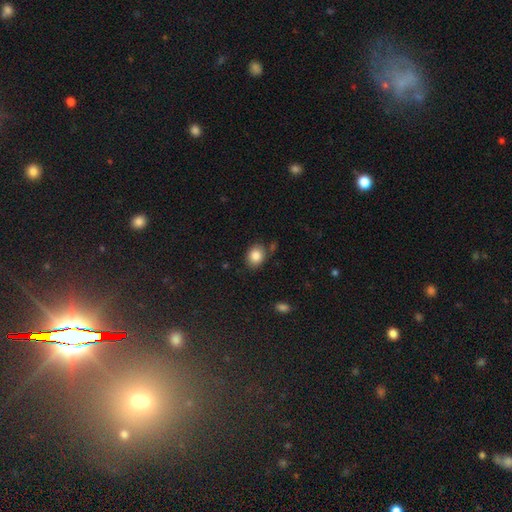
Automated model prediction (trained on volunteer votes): Smooth or featured? Predicted: smooth (p=0.85). How rounded? Predicted: round (p=0.52). Merging? Predicted: none (p=0.77).